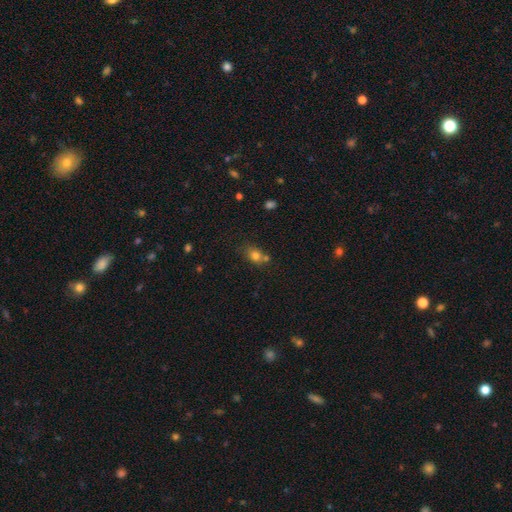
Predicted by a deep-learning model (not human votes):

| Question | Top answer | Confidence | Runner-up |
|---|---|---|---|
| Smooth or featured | smooth | 78% | star or artifact (13%) |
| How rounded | in between | 50% | round (48%) |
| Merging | none | 53% | merger (27%) |